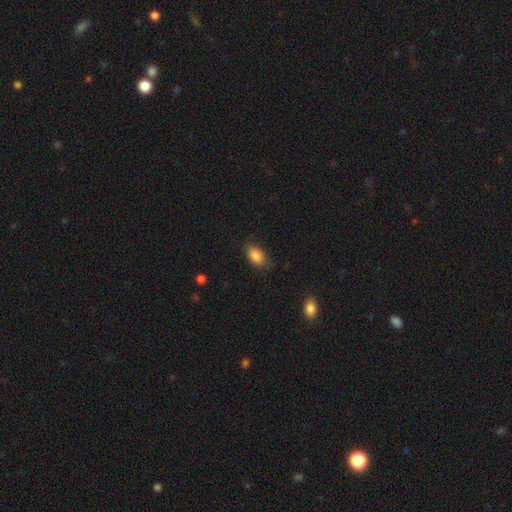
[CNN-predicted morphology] smooth 86%, star or artifact 8%, featured or disk 6%. Down the decision tree: how rounded — in between (89%); merging — none (77%).